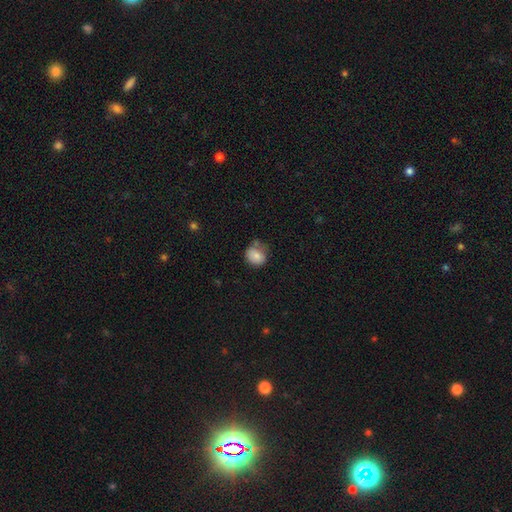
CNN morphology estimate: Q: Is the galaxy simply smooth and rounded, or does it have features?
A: smooth — 82%.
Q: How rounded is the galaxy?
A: round — 69%.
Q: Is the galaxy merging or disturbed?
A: none — 55%.